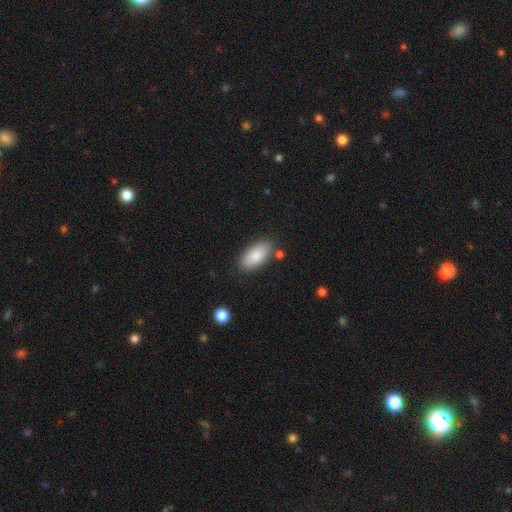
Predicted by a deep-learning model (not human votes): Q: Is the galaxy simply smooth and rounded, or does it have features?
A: smooth — 84%.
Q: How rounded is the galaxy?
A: in between — 91%.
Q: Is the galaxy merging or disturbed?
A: none — 80%.